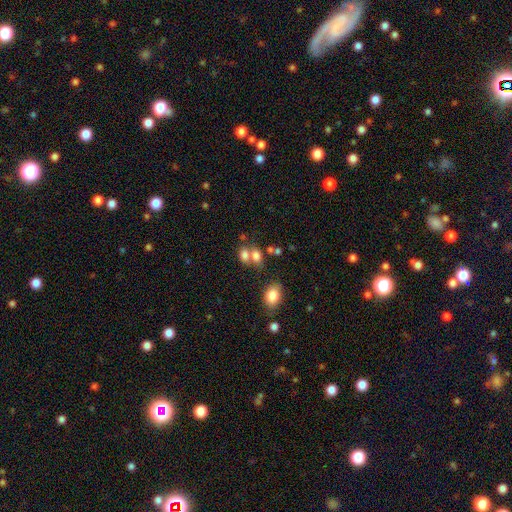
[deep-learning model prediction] smooth-or-featured: smooth: 77% | star or artifact: 12% | featured or disk: 11%
  how-rounded: in between: 66% | round: 32% | cigar-shaped: 2%
  merging: merger: 49% | none: 36% | minor disturbance: 10% | major disturbance: 5%